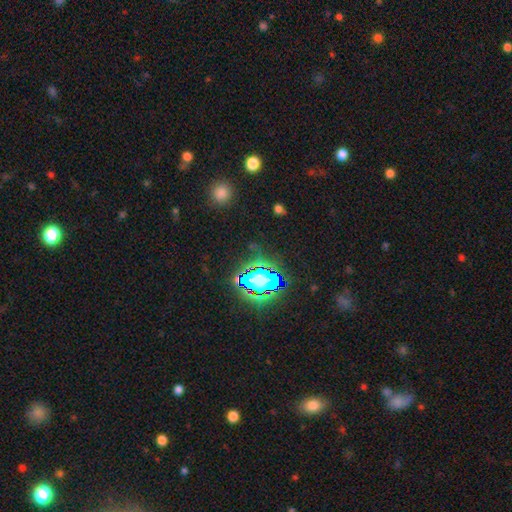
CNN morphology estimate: This appears to be a star or artifact, not a galaxy (77%).